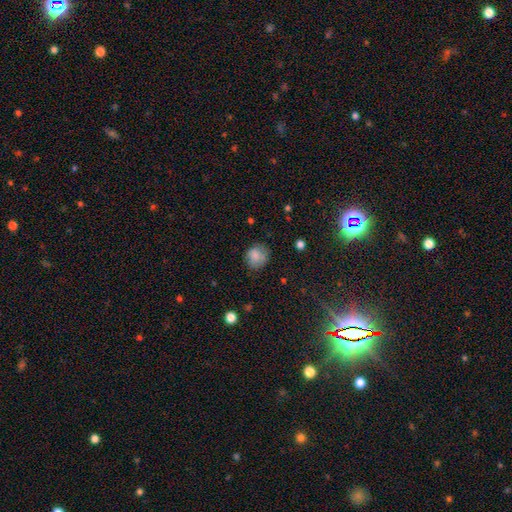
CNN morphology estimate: Q: Smooth or featured?
A: smooth (80%); runner-up: star or artifact (10%)
Q: How rounded?
A: round (75%); runner-up: in between (24%)
Q: Merging?
A: none (71%); runner-up: minor disturbance (21%)